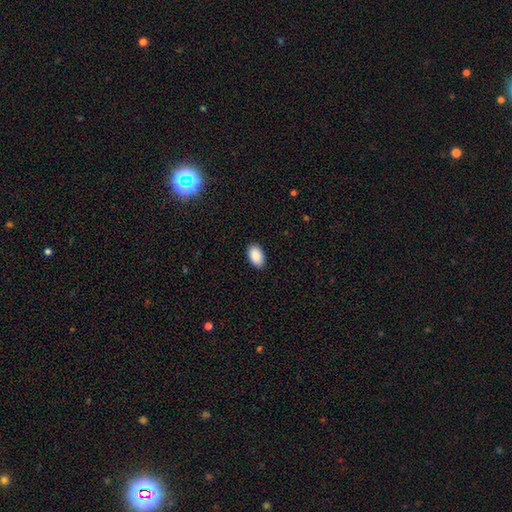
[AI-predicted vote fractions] A smooth galaxy with no disk features (90%) that is in between round and cigar-shaped (94%). Merging: none (89%).